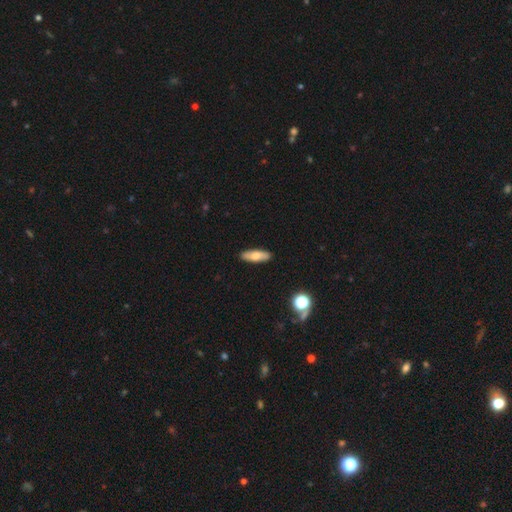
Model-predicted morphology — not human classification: Smooth or featured: smooth — 66% (featured or disk — 28%)
How rounded: in between — 54% (cigar-shaped — 43%)
Merging: none — 90% (minor disturbance — 7%)